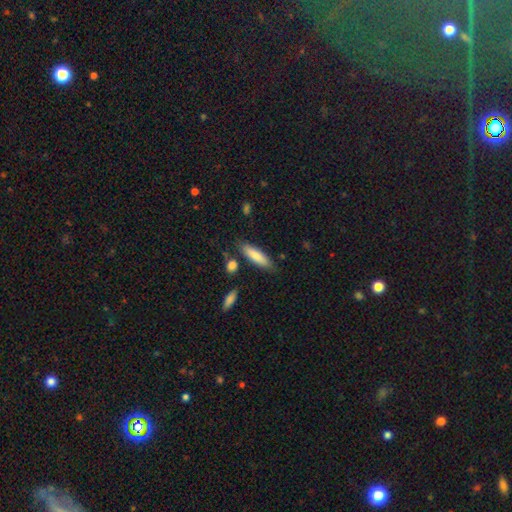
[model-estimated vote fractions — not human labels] Smooth or featured?
  - smooth: 83% *
  - featured or disk: 11%
  - star or artifact: 6%
How rounded?
  - cigar-shaped: 64% *
  - in between: 34%
  - round: 2%
Merging?
  - none: 82% *
  - minor disturbance: 12%
  - merger: 4%
  - major disturbance: 3%